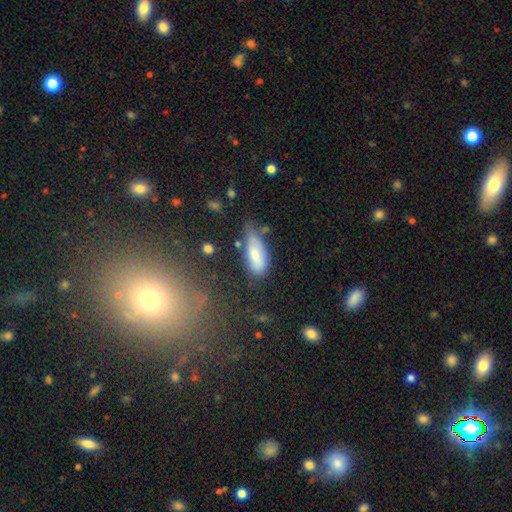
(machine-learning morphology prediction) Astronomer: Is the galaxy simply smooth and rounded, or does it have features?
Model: smooth — 73%.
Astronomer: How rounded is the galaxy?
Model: in between — 77%.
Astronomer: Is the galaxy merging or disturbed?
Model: none — 47% (runner-up: minor disturbance, 34%).